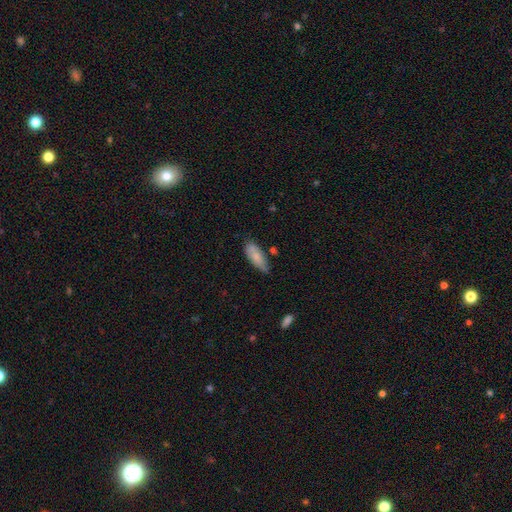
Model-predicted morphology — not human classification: smooth 79%, featured or disk 14%, star or artifact 6%. Down the decision tree: how rounded — in between (66%); merging — none (62%).